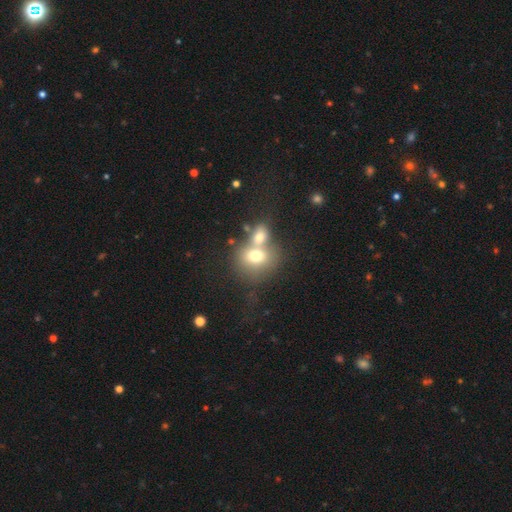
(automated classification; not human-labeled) smooth-or-featured: smooth: 68% | featured or disk: 20% | star or artifact: 12%
  how-rounded: round: 63% | in between: 36% | cigar-shaped: 1%
  merging: merger: 57% | none: 30% | minor disturbance: 8% | major disturbance: 5%